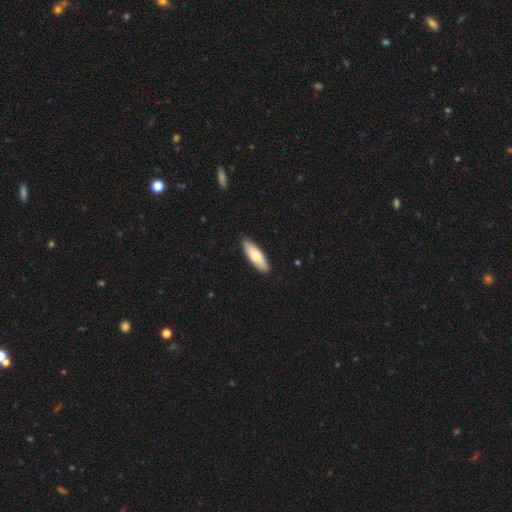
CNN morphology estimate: Q: Smooth or featured?
A: smooth (72%); runner-up: featured or disk (23%)
Q: How rounded?
A: in between (53%); runner-up: cigar-shaped (45%)
Q: Merging?
A: none (89%); runner-up: minor disturbance (8%)